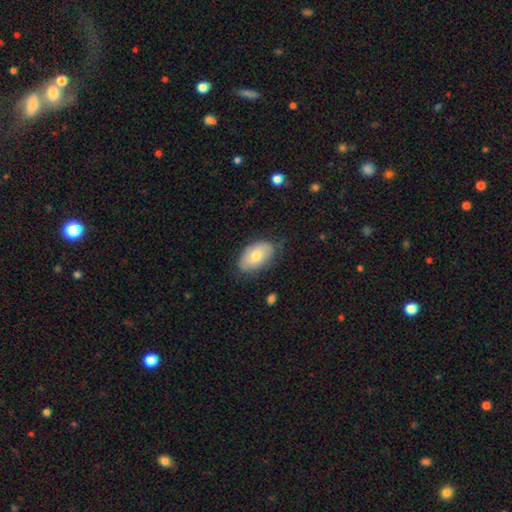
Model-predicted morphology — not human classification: type=smooth (70%); roundness=in between (92%); merging=none (66%).